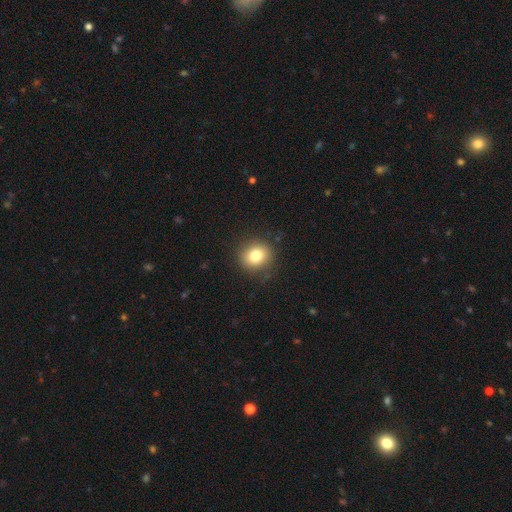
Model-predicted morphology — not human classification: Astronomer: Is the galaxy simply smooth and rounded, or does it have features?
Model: smooth — 79%.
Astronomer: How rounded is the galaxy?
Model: round — 79%.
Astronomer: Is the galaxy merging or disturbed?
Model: none — 87%.